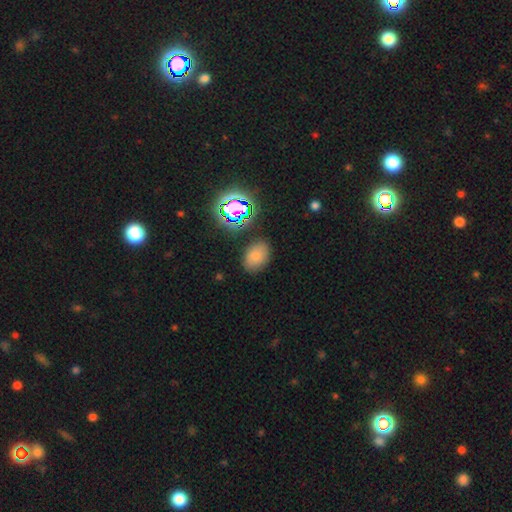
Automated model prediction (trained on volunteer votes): Morphology: type=smooth (74%); roundness=in between (79%); merging=none (83%).